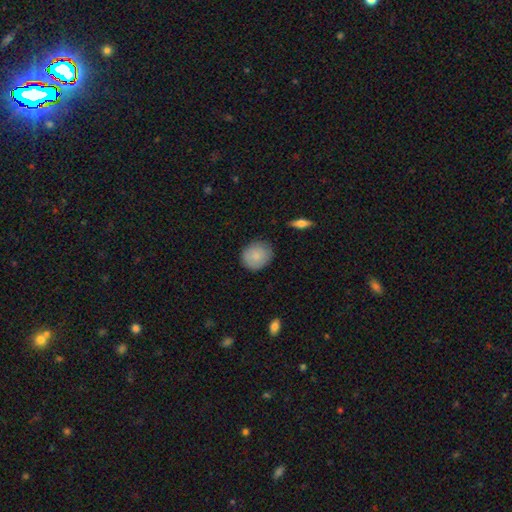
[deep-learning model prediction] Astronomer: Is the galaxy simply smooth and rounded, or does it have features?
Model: smooth — 83%.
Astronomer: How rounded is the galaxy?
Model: round — 76%.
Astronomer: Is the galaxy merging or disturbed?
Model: none — 81%.